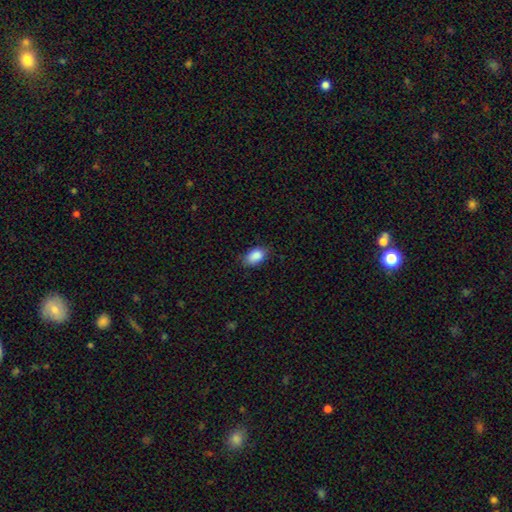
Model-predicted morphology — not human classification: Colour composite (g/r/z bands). It shows a smooth galaxy with no disk features (89%) that is in between round and cigar-shaped (90%). Merging: none (80%).